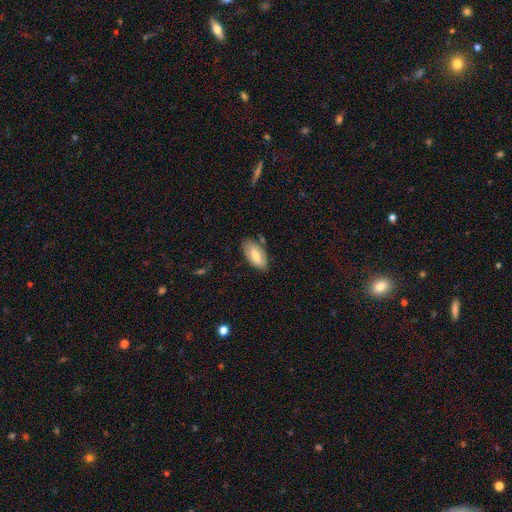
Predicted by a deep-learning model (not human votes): The model was most divided on "smooth or featured": smooth: 70%, featured or disk: 24%, star or artifact: 6%. More confident: how rounded — in between (90%); merging — none (73%).